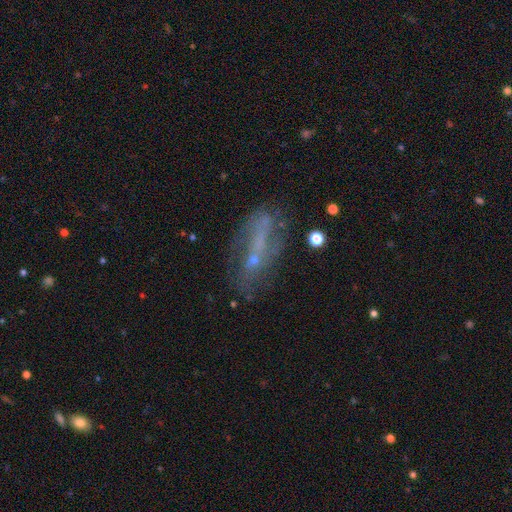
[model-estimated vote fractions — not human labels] This is possibly a featured or disk galaxy (55%). It is likely not viewed edge-on (79%). Merging: possibly none (47%).